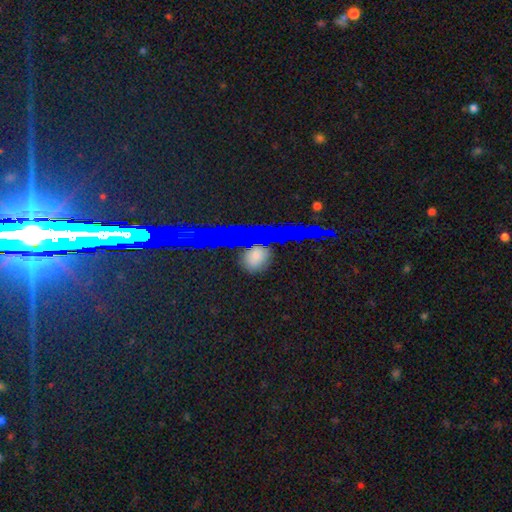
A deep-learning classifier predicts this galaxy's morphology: Smooth or featured? Predicted: star or artifact (p=0.47).